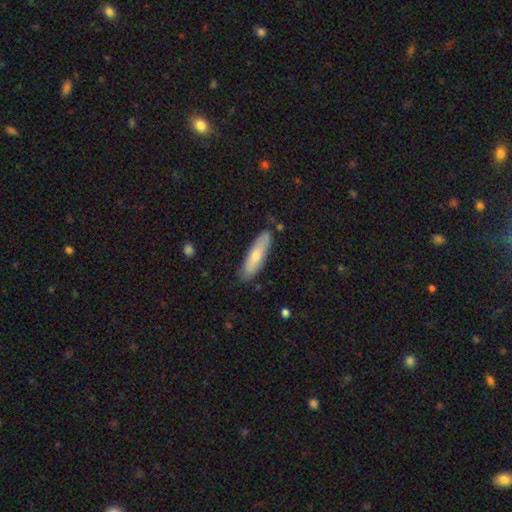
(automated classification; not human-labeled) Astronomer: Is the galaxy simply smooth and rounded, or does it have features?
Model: smooth — 69%.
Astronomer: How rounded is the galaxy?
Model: cigar-shaped — 63%.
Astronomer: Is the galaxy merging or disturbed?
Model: none — 83%.